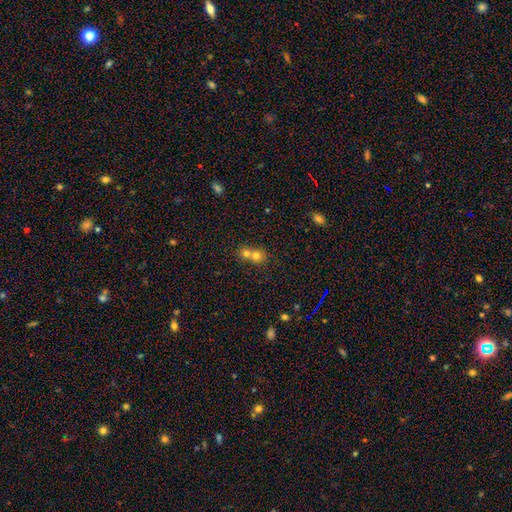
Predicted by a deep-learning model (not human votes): Smooth or featured? smooth (74%)
How rounded? round (81%)
Merging? merger (64%)